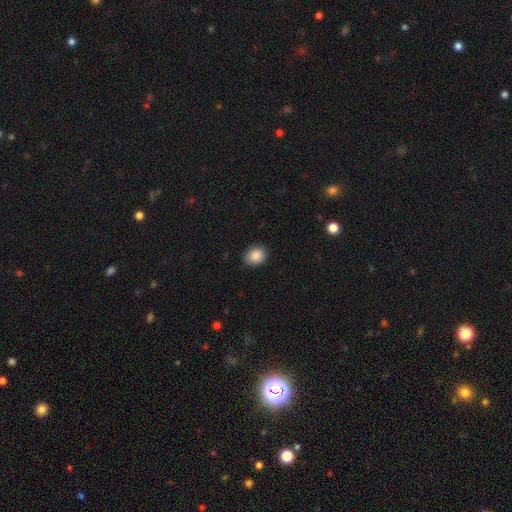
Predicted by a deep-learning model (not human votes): This is clearly a smooth galaxy (88%). How rounded: likely round (63%). Merging: clearly none (85%).